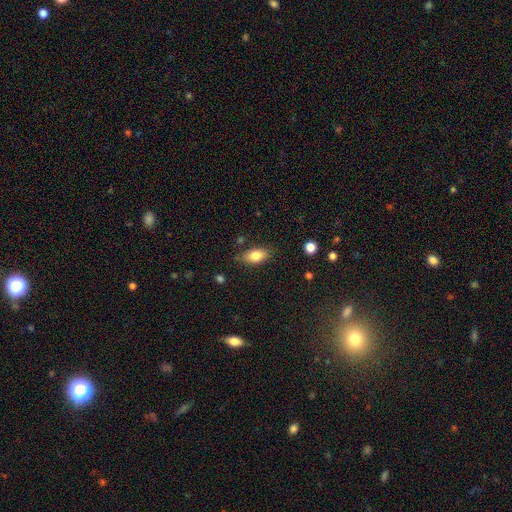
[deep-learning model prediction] Q: Smooth or featured?
A: smooth (81%); runner-up: featured or disk (11%)
Q: How rounded?
A: in between (87%); runner-up: cigar-shaped (7%)
Q: Merging?
A: none (79%); runner-up: minor disturbance (16%)